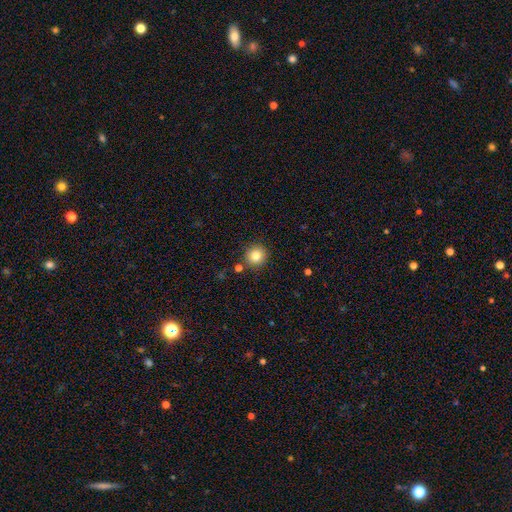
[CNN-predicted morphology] Smooth or featured?
  - smooth: 82% *
  - star or artifact: 11%
  - featured or disk: 7%
How rounded?
  - round: 93% *
  - in between: 6%
  - cigar-shaped: 1%
Merging?
  - none: 87% *
  - minor disturbance: 7%
  - merger: 4%
  - major disturbance: 2%